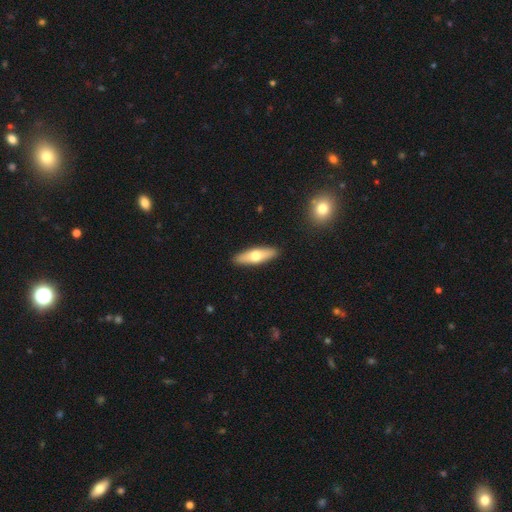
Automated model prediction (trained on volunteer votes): Overall: smooth (57%; featured or disk 37%). How rounded: cigar-shaped (52%; in between 45%). Merging: none (90%).